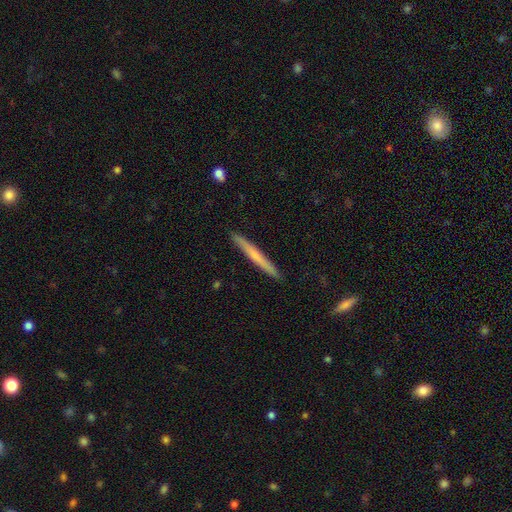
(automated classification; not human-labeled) A smooth galaxy with no disk features (50%) that is cigar-shaped (97%).

Vote fractions:
- Smooth or featured? smooth: 50% / featured or disk: 44% / star or artifact: 6%
- How rounded? cigar-shaped: 97% / in between: 2% / round: 1%
- Merging? none: 92% / minor disturbance: 6% / major disturbance: 1% / merger: 1%